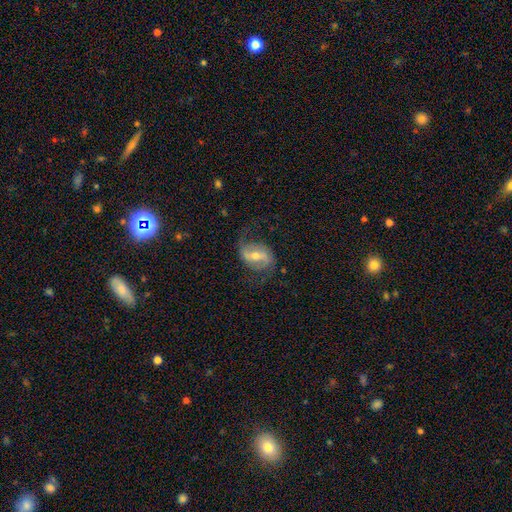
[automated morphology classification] smooth-or-featured: featured or disk: 77% | smooth: 16% | star or artifact: 6%
  disk-edge-on: no: 96% | yes: 4%
    bar: strong: 46% | weak: 38% | no: 16%
    has-spiral-arms: yes: 90% | no: 10%
      spiral-winding: loose: 55% | medium: 35% | tight: 10%
      spiral-arm-count: 2: 89% | can't tell: 5% | 1: 4% | 3: 1% | 4: 1% | more than 4: 1%
    bulge-size: moderate: 55% | small: 38% | large: 3% | none: 2% | dominant: 1%
  merging: none: 68% | minor disturbance: 18% | major disturbance: 13% | merger: 1%